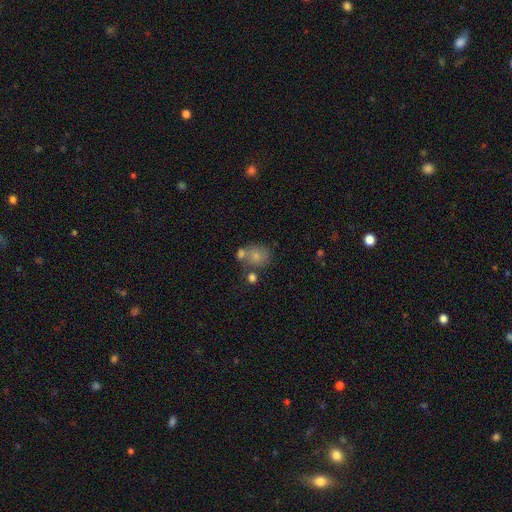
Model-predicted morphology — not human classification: Smooth or featured? Predicted: smooth (p=0.75). How rounded? Predicted: round (p=0.66). Merging? Predicted: none (p=0.45).